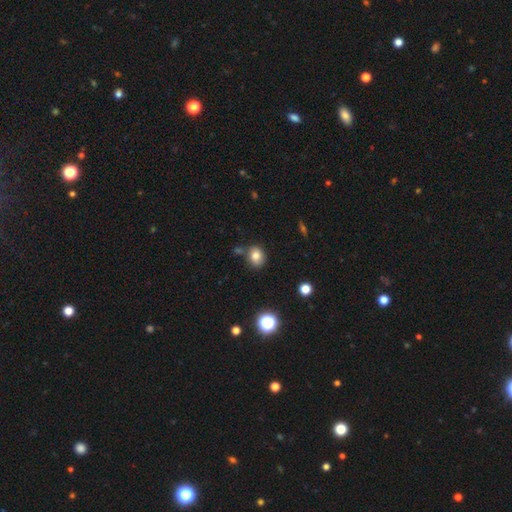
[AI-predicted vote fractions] A smooth galaxy with no disk features (79%) that is round (61%).

Vote fractions:
- Smooth or featured? smooth: 79% / star or artifact: 13% / featured or disk: 8%
- How rounded? round: 61% / in between: 38% / cigar-shaped: 1%
- Merging? none: 72% / minor disturbance: 15% / merger: 10% / major disturbance: 4%